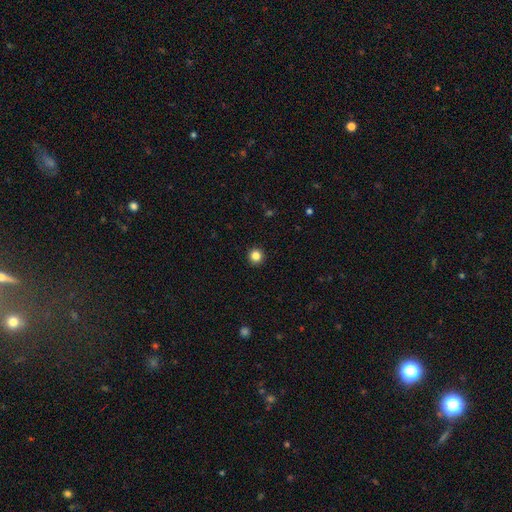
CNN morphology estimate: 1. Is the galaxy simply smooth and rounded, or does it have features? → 84% smooth, 12% star or artifact, 4% featured or disk.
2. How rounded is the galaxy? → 95% round, 4% in between, 1% cigar-shaped.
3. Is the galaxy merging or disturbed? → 94% none, 4% minor disturbance, 1% major disturbance, 1% merger.